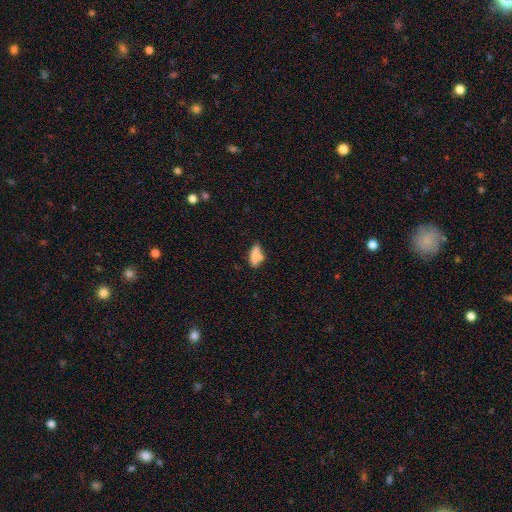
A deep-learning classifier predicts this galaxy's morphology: This appears to be a smooth galaxy with no disk features (77%) that is in between round and cigar-shaped (69%). Merging: none (61%).